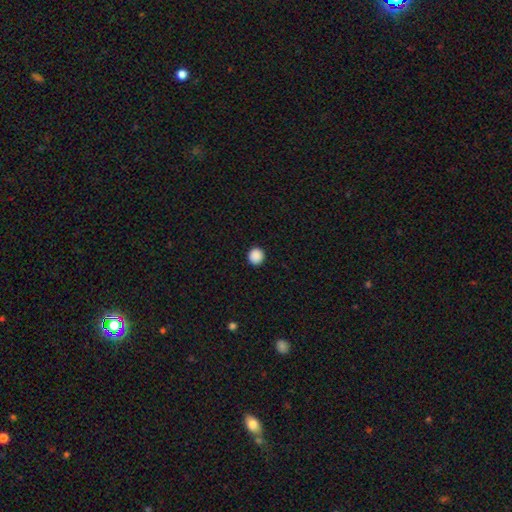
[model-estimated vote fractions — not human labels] smooth-or-featured: smooth: 89% | star or artifact: 9% | featured or disk: 2%
  how-rounded: round: 92% | in between: 7% | cigar-shaped: 1%
  merging: none: 93% | minor disturbance: 5% | major disturbance: 2% | merger: 1%